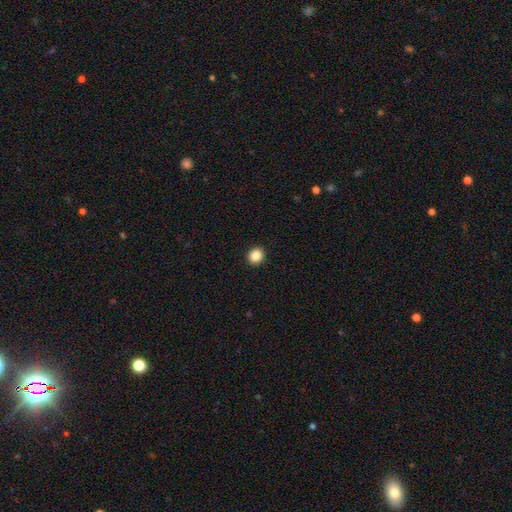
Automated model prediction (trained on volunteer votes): Morphology: type=smooth (87%); roundness=round (80%); merging=none (93%).